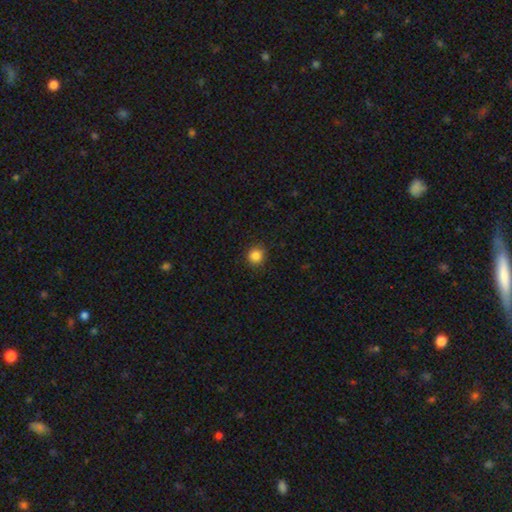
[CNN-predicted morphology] smooth_or_featured: smooth (p=0.86) [alt: star or artifact p=0.11]
how_rounded: round (p=0.91) [alt: in between p=0.08]
merging: none (p=0.90) [alt: minor disturbance p=0.07]